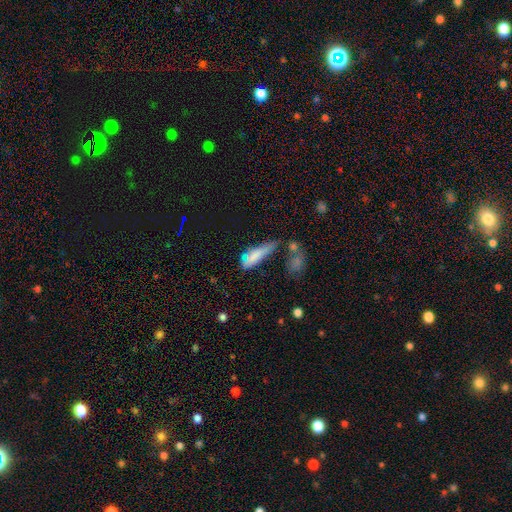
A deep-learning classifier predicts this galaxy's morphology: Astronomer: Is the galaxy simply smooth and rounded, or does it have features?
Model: smooth — 72%.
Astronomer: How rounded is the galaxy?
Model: cigar-shaped — 49%, tied with in between at 49%.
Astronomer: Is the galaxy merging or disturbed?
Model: minor disturbance — 30% (runner-up: none, 29%).